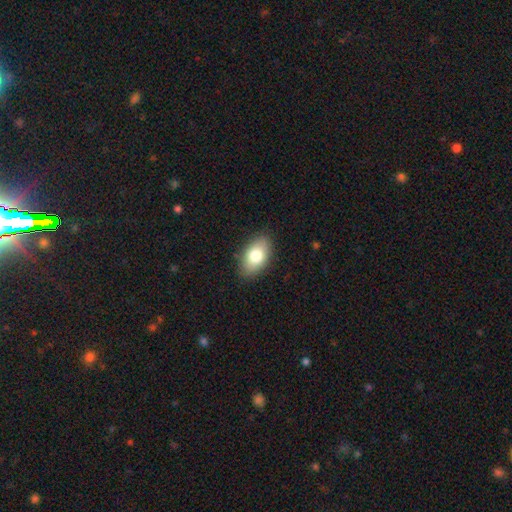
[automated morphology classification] A smooth galaxy with no disk features (79%) that is in between round and cigar-shaped (92%).

Vote fractions:
- Smooth or featured? smooth: 79% / featured or disk: 14% / star or artifact: 7%
- How rounded? in between: 92% / round: 6% / cigar-shaped: 2%
- Merging? none: 87% / minor disturbance: 10% / major disturbance: 2% / merger: 1%